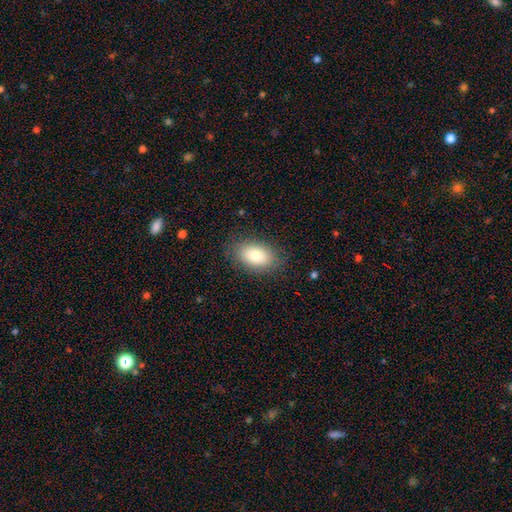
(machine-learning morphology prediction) Smooth or featured? Predicted: smooth (p=0.78). How rounded? Predicted: in between (p=0.89). Merging? Predicted: none (p=0.84).